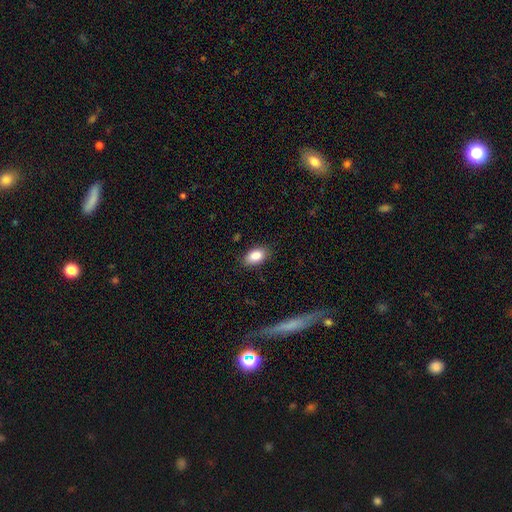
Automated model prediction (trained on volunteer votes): smooth-or-featured: smooth: 86% | star or artifact: 8% | featured or disk: 7%
  how-rounded: in between: 89% | round: 9% | cigar-shaped: 2%
  merging: none: 85% | minor disturbance: 12% | major disturbance: 3% | merger: 1%